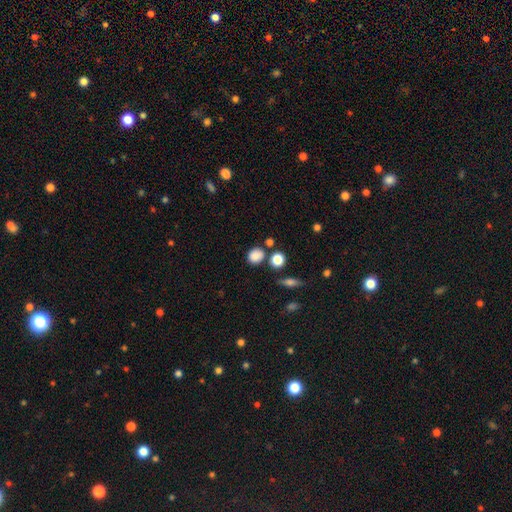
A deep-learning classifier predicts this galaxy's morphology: Smooth or featured? smooth (85%)
How rounded? round (67%)
Merging? none (74%)